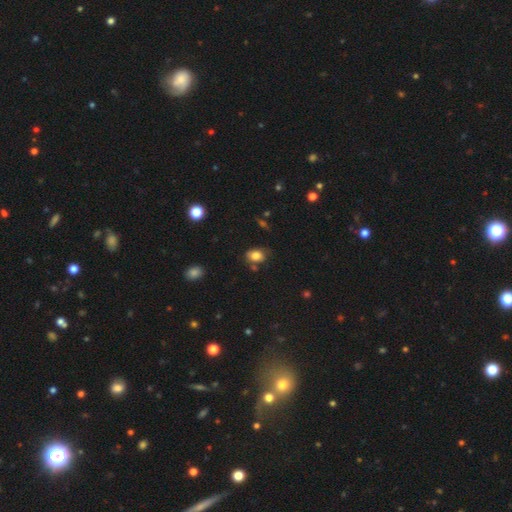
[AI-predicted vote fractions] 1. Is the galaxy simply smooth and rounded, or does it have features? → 81% smooth, 10% star or artifact, 9% featured or disk.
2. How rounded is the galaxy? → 76% in between, 23% round, 1% cigar-shaped.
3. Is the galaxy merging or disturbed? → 65% none, 22% minor disturbance, 7% merger, 6% major disturbance.